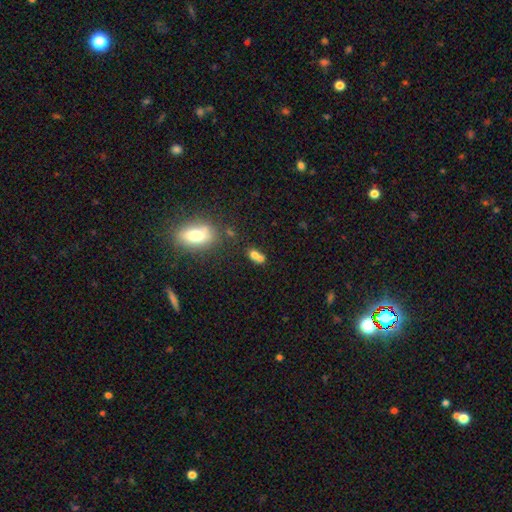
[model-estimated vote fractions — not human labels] smooth_or_featured: smooth (p=0.70) [alt: featured or disk p=0.15]
how_rounded: in between (p=0.61) [alt: round p=0.35]
merging: merger (p=0.52) [alt: none p=0.32]